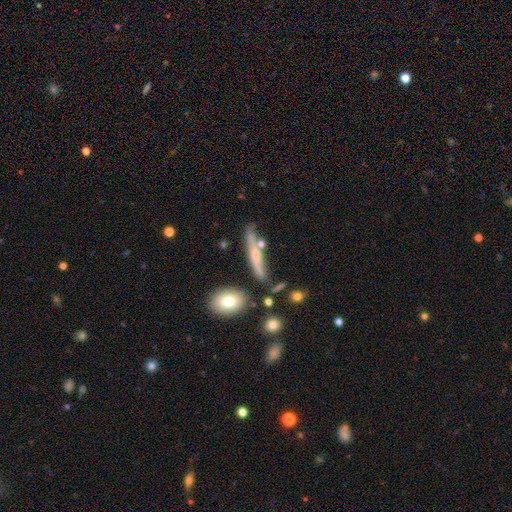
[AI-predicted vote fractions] A smooth galaxy with no disk features (48%).

Vote fractions:
- Smooth or featured? smooth: 48% / featured or disk: 43% / star or artifact: 9%
- Merging? none: 66% / minor disturbance: 17% / merger: 12% / major disturbance: 6%